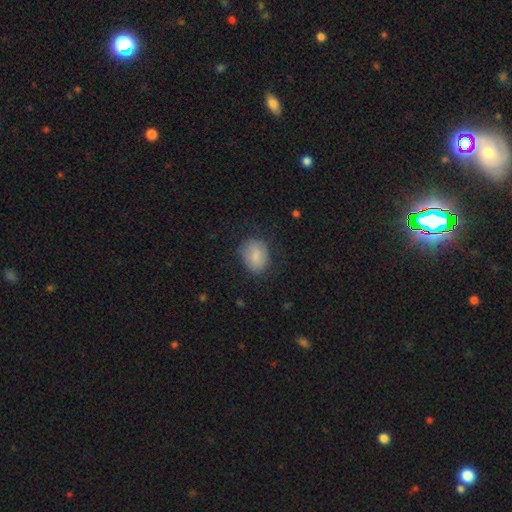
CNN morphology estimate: This is clearly a smooth galaxy (82%). How rounded: possibly in between (56%). Merging: likely none (75%).